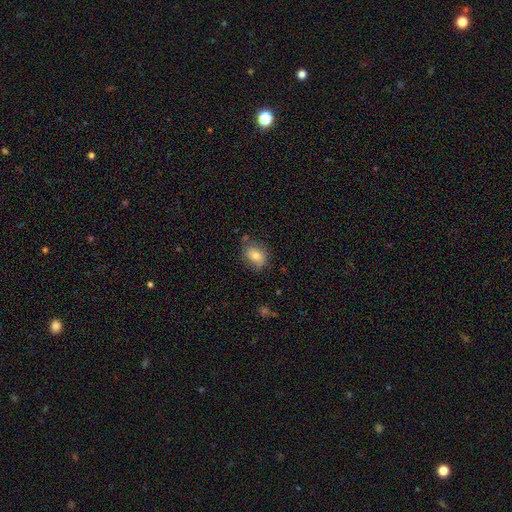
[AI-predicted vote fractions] Overall: smooth (74%). How rounded: in between (66%; round 33%). Merging: none (70%).